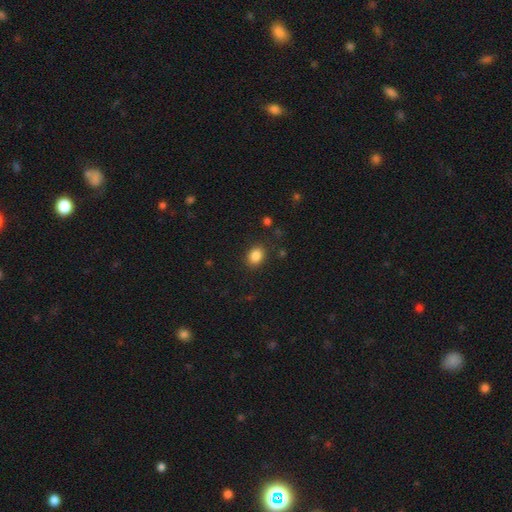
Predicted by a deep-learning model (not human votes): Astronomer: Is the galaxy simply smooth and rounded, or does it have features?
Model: smooth — 86%.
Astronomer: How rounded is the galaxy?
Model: in between — 57% (runner-up: round, 42%).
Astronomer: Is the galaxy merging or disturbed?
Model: none — 87%.